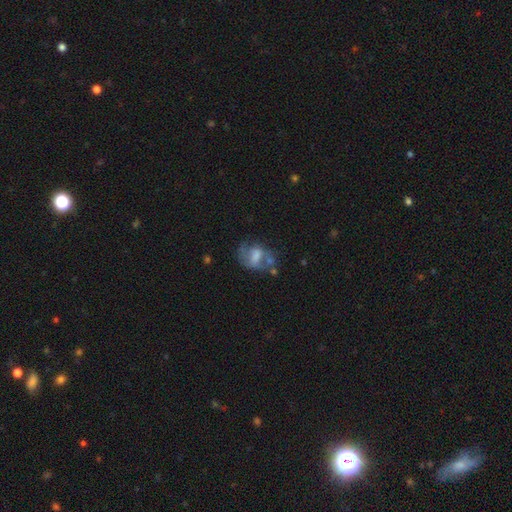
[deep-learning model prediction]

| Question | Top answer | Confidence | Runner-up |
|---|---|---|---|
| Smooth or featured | featured or disk | 54% | smooth (36%) |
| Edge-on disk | no | 96% | yes (4%) |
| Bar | no | 44% | weak (39%) |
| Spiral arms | yes | 51% | no (49%) |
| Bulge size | moderate | 33% | none (27%) |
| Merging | none | 38% | major disturbance (26%) |